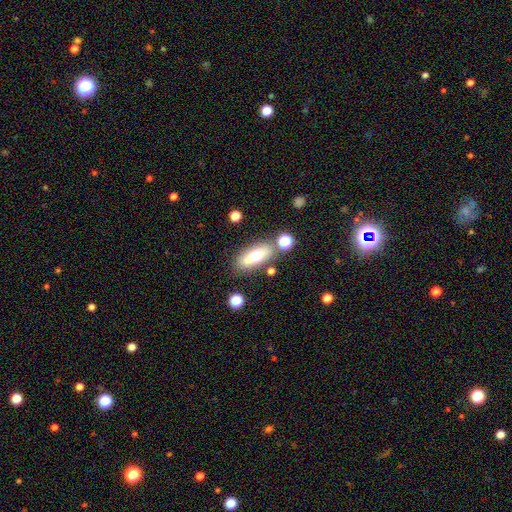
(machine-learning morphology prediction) Smooth or featured? Predicted: smooth (p=0.61). How rounded? Predicted: in between (p=0.74). Merging? Predicted: none (p=0.55).